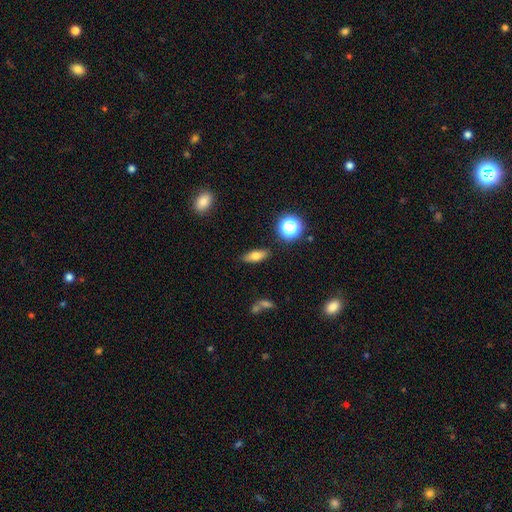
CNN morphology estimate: Smooth or featured? smooth (70%)
How rounded? in between (68%)
Merging? none (86%)